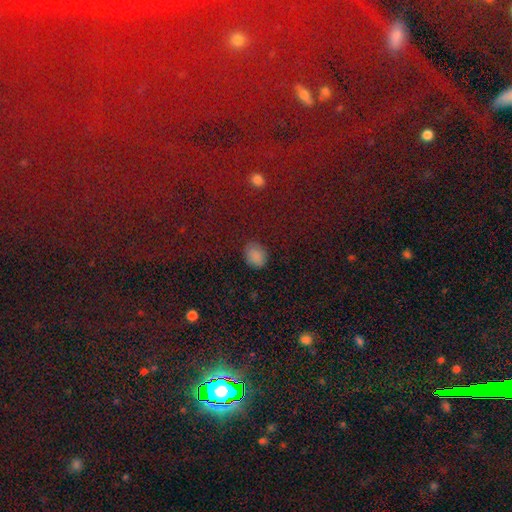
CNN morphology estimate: Smooth or featured? smooth (80%)
How rounded? in between (62%)
Merging? none (82%)